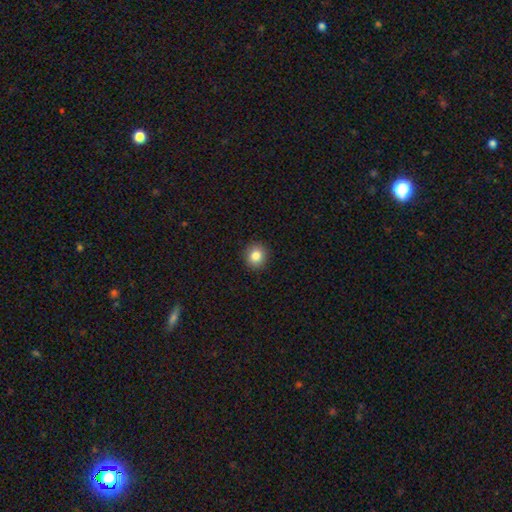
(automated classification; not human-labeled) Smooth or featured? Predicted: smooth (p=0.83). How rounded? Predicted: round (p=0.88). Merging? Predicted: none (p=0.92).